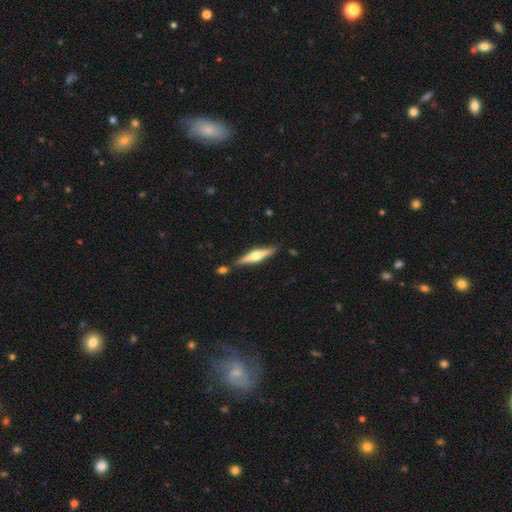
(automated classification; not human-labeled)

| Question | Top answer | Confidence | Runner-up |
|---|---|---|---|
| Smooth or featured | featured or disk | 68% | smooth (27%) |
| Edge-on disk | yes | 97% | no (3%) |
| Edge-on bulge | rounded | 92% | boxy (5%) |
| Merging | none | 83% | minor disturbance (10%) |